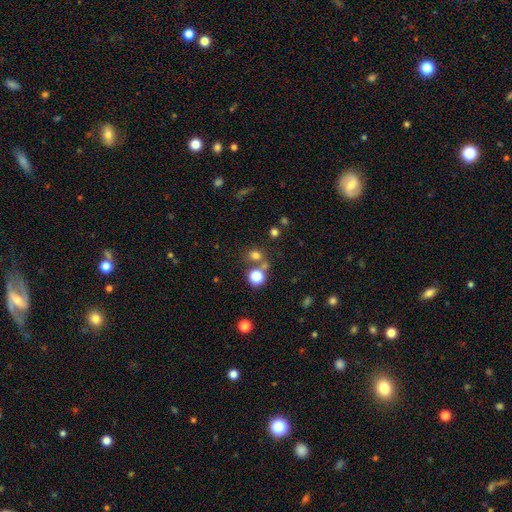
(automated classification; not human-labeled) Smooth or featured: smooth — 70% (star or artifact — 23%)
How rounded: round — 75% (in between — 24%)
Merging: none — 65% (merger — 22%)